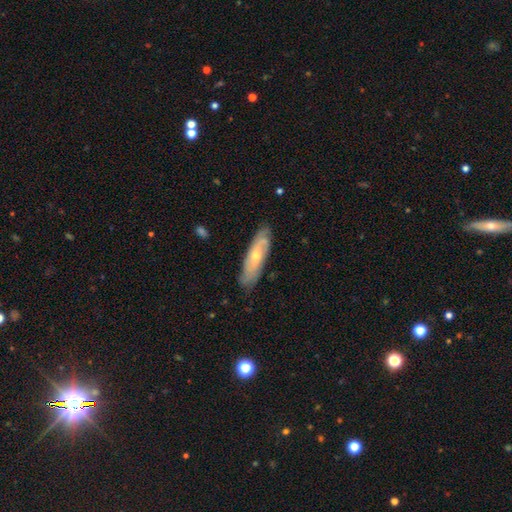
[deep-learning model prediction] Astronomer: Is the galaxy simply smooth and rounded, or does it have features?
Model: featured or disk — 61%.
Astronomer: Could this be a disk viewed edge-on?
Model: no — 67%.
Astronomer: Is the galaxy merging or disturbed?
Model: none — 81%.